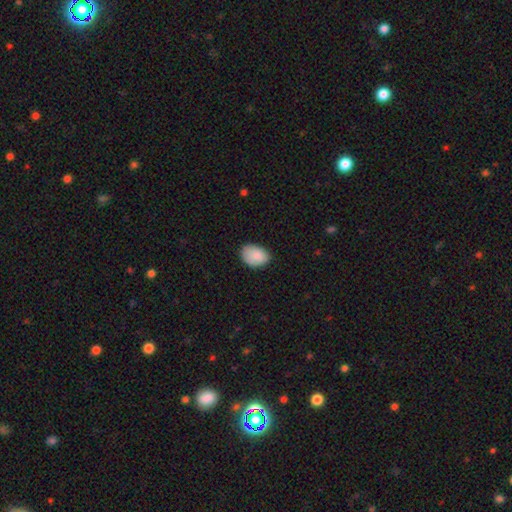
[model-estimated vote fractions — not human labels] smooth-or-featured: smooth: 87% | star or artifact: 7% | featured or disk: 6%
  how-rounded: in between: 82% | round: 17% | cigar-shaped: 1%
  merging: none: 74% | minor disturbance: 21% | major disturbance: 4% | merger: 1%